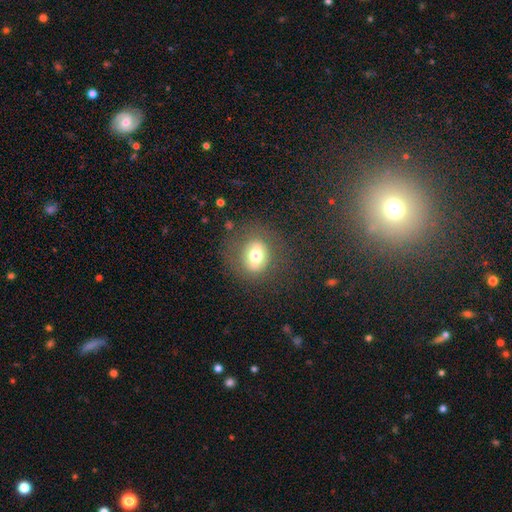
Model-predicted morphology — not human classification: Overall: smooth (64%). How rounded: round (65%; in between 34%). Merging: none (77%).